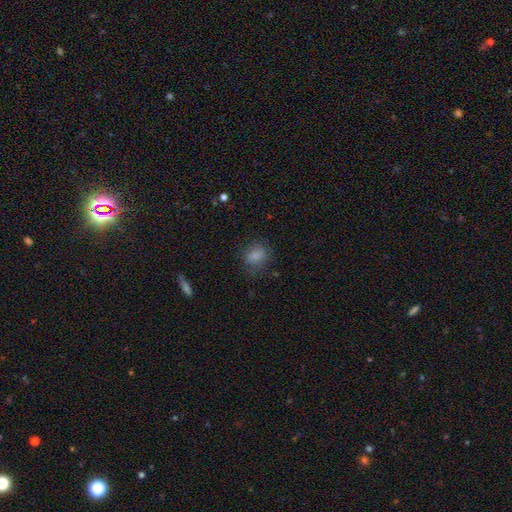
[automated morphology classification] smooth_or_featured: smooth (p=0.82) [alt: star or artifact p=0.11]
how_rounded: round (p=0.52) [alt: in between p=0.46]
merging: none (p=0.74) [alt: minor disturbance p=0.17]